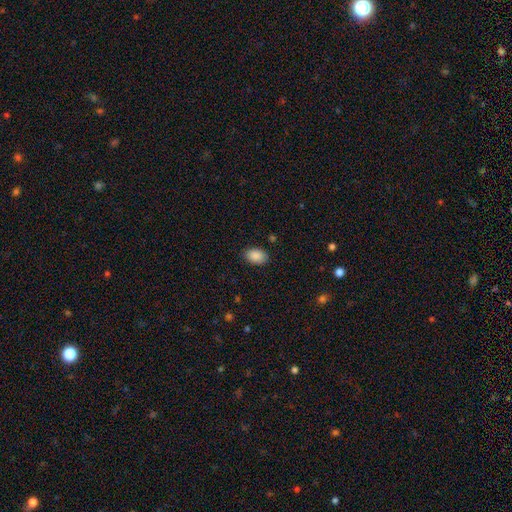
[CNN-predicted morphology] Overall: smooth (89%). How rounded: in between (86%). Merging: none (87%).